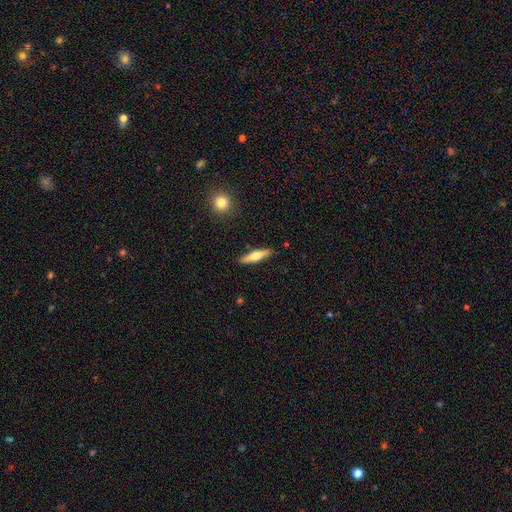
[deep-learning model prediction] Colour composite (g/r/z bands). It shows a smooth galaxy with no disk features (48%). Merging: none (89%).